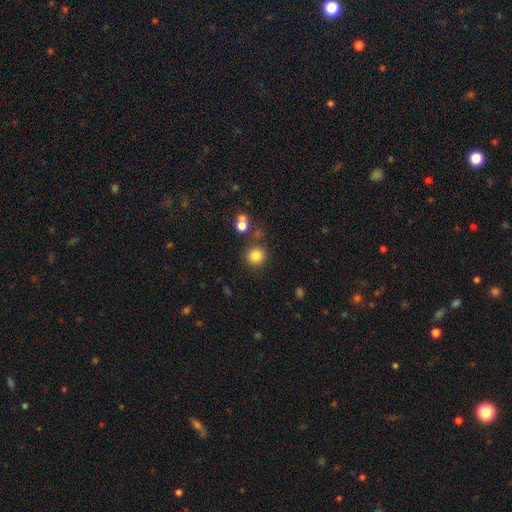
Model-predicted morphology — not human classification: Smooth or featured? Predicted: smooth (p=0.82). How rounded? Predicted: round (p=0.92). Merging? Predicted: none (p=0.82).